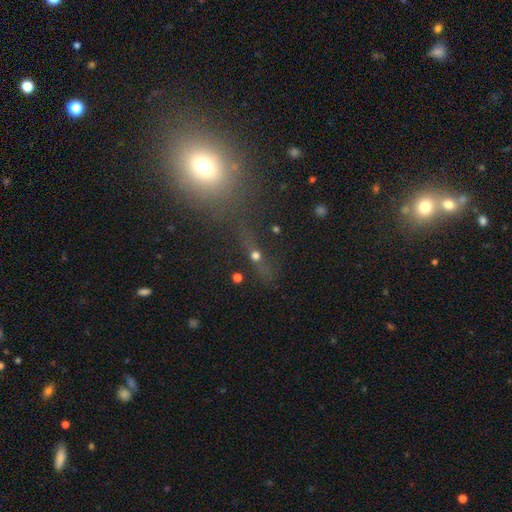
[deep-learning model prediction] Smooth or featured? smooth (45%)
Merging? none (49%)